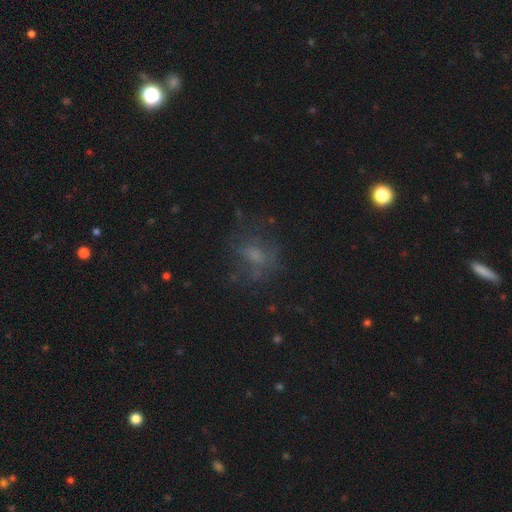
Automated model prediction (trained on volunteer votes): This appears to be a smooth galaxy with no disk features (45%). Merging: none (57%).